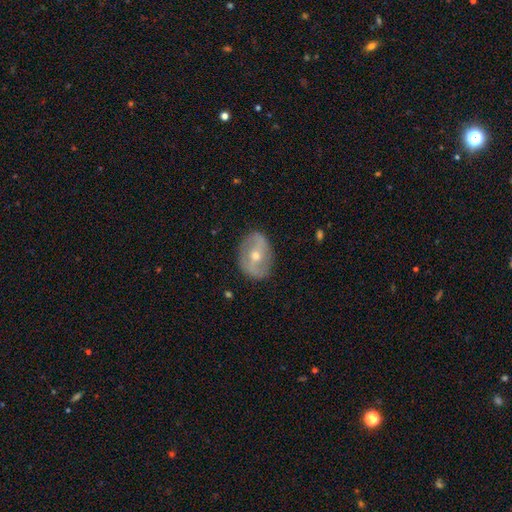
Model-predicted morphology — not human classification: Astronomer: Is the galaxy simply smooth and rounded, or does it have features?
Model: featured or disk — 69%.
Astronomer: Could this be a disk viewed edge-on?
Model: no — 94%.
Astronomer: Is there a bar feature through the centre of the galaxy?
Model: weak — 35%, tied with strong at 35%.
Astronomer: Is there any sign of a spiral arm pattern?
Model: yes — 68%.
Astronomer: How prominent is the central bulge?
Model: moderate — 54% (runner-up: small, 43%).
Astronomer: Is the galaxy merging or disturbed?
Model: none — 83%.